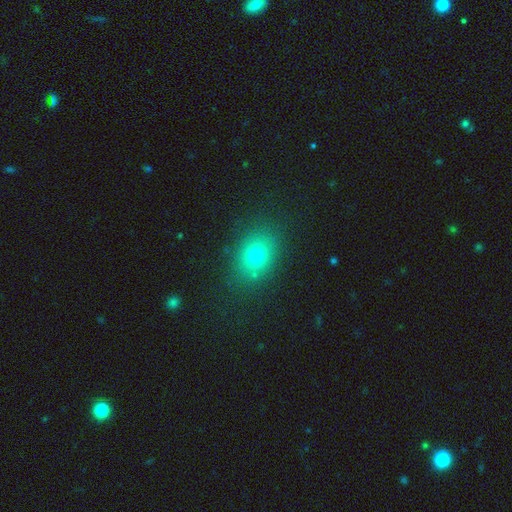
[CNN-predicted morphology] Smooth or featured: smooth — 75% (star or artifact — 15%)
How rounded: in between — 58% (round — 40%)
Merging: none — 82% (minor disturbance — 11%)